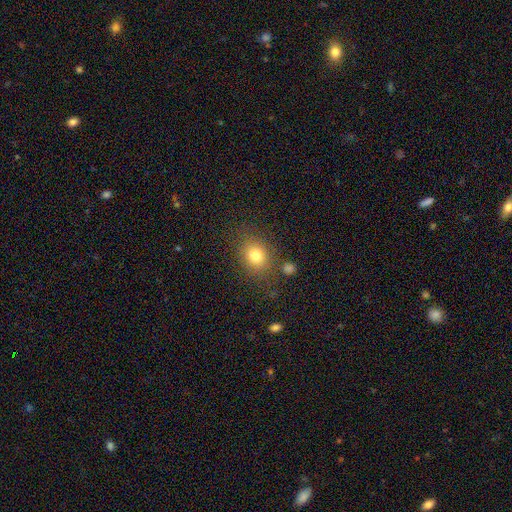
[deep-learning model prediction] Q: Smooth or featured?
A: smooth (79%); runner-up: star or artifact (12%)
Q: How rounded?
A: round (51%); runner-up: in between (48%)
Q: Merging?
A: none (78%); runner-up: minor disturbance (13%)